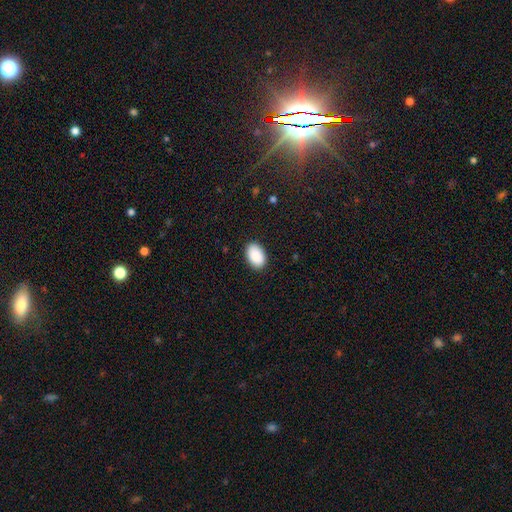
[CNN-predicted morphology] smooth 91%, star or artifact 6%, featured or disk 3%. Down the decision tree: how rounded — in between (92%); merging — none (89%).